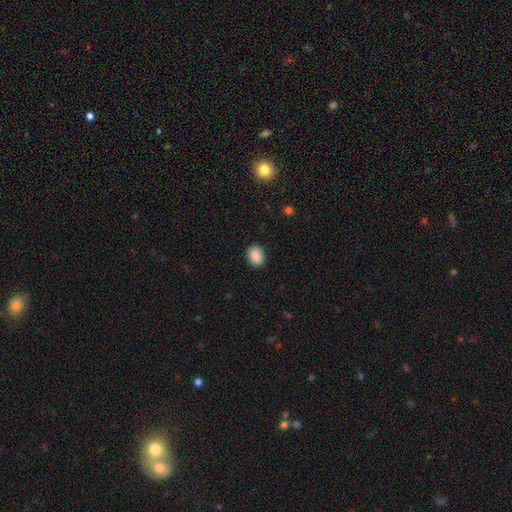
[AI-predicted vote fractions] Smooth or featured? Predicted: smooth (p=0.89). How rounded? Predicted: in between (p=0.60). Merging? Predicted: none (p=0.90).